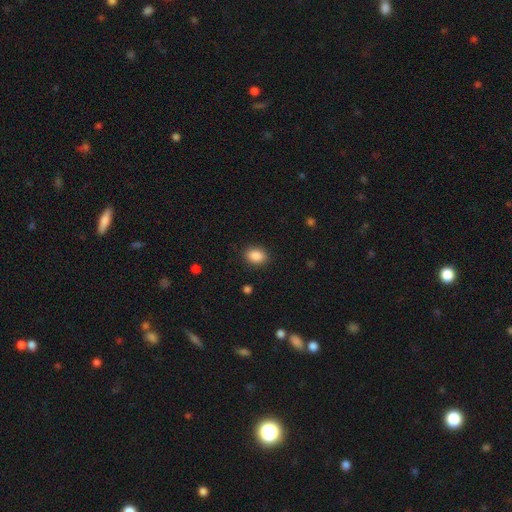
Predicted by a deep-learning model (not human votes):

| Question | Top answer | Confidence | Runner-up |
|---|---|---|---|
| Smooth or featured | smooth | 88% | star or artifact (8%) |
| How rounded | in between | 71% | round (28%) |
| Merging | none | 88% | minor disturbance (8%) |